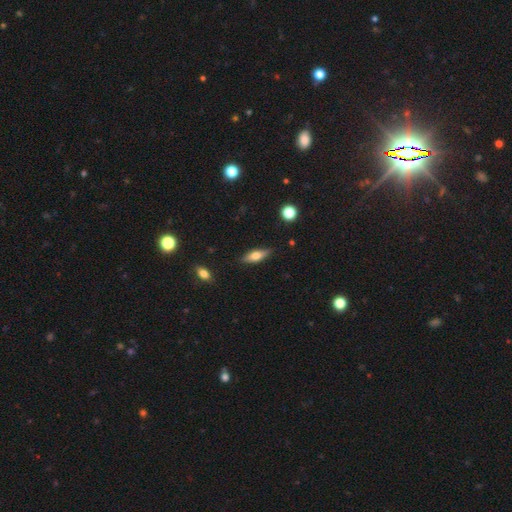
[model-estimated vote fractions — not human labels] Smooth or featured: smooth — 49% (featured or disk — 44%)
Merging: none — 85% (minor disturbance — 11%)